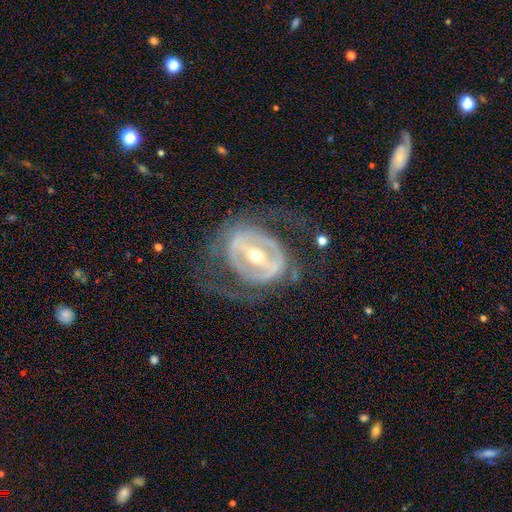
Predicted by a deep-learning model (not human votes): Smooth or featured? Predicted: featured or disk (p=0.84). Edge-on disk? Predicted: no (p=0.93). Bar? Predicted: strong (p=0.66). Spiral arms? Predicted: yes (p=0.54). Bulge size? Predicted: moderate (p=0.55). Merging? Predicted: none (p=0.59).